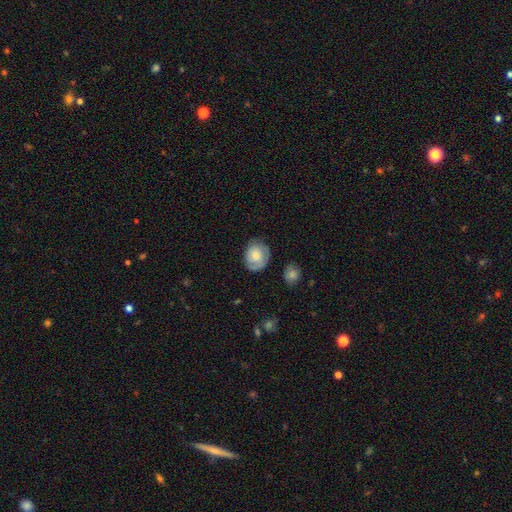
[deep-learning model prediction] This is possibly a smooth galaxy (48%). Merging: likely none (69%).